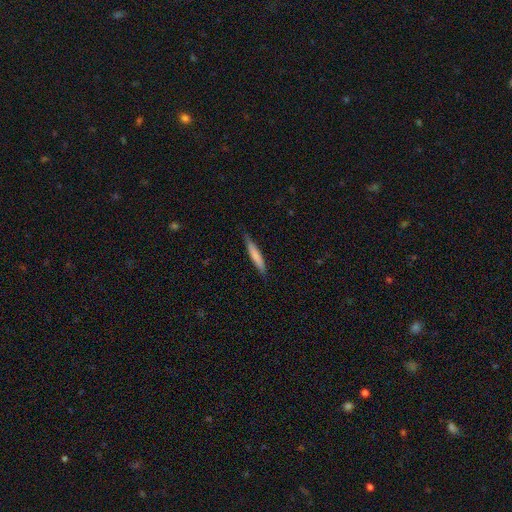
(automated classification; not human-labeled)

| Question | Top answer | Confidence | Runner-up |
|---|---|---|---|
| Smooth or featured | smooth | 74% | featured or disk (21%) |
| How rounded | cigar-shaped | 94% | in between (5%) |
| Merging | none | 84% | minor disturbance (13%) |